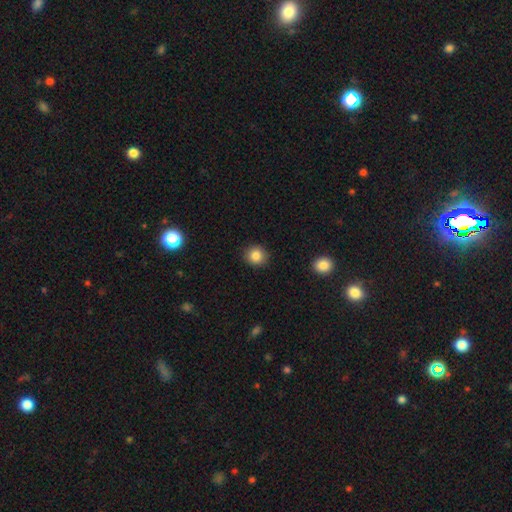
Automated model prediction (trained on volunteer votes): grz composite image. It shows a smooth galaxy with no disk features (85%) that is round (85%). Merging: none (90%).